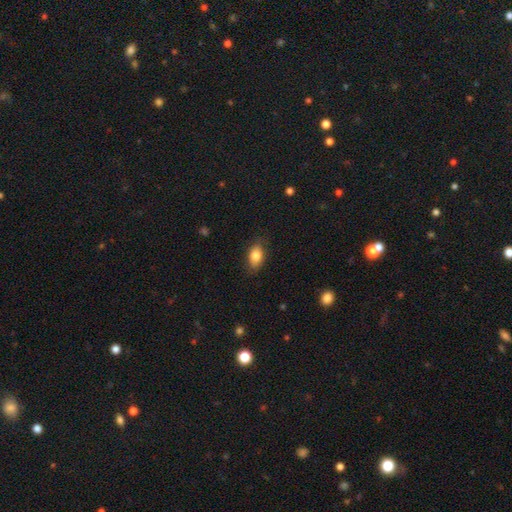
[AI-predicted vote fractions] Morphology: type=smooth (82%); roundness=in between (86%); merging=none (82%).